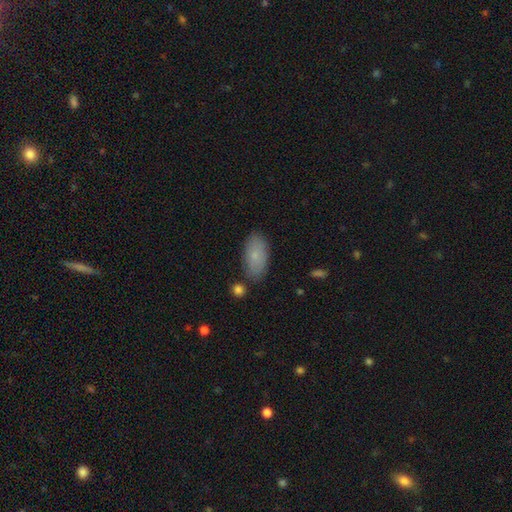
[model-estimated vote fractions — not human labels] Smooth or featured: smooth — 82% (featured or disk — 12%)
How rounded: in between — 94% (cigar-shaped — 4%)
Merging: none — 80% (minor disturbance — 13%)